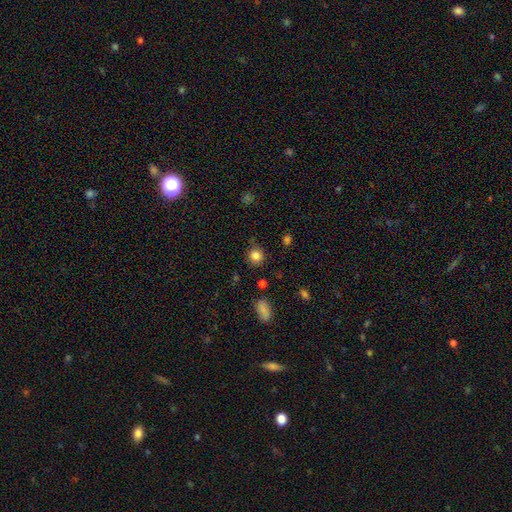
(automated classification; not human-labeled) Q: Smooth or featured?
A: smooth (84%); runner-up: star or artifact (11%)
Q: How rounded?
A: round (86%); runner-up: in between (13%)
Q: Merging?
A: none (82%); runner-up: minor disturbance (12%)